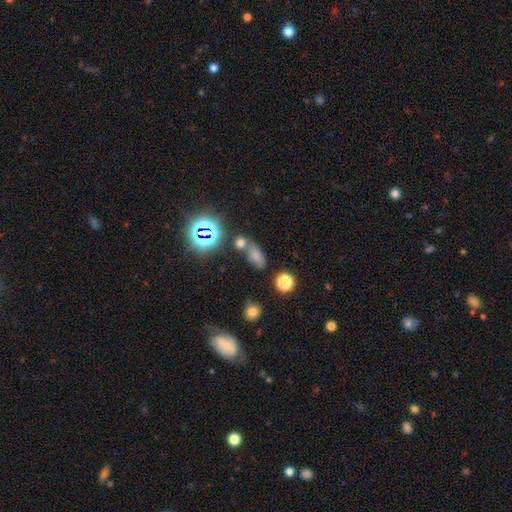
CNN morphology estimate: This is likely a smooth galaxy (65%). How rounded: likely in between (72%). Merging: possibly none (53%).